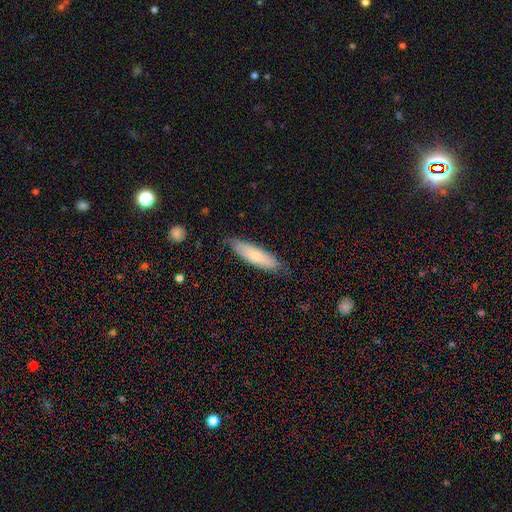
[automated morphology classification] smooth-or-featured: smooth: 67% | featured or disk: 27% | star or artifact: 6%
  how-rounded: cigar-shaped: 61% | in between: 37% | round: 2%
  merging: none: 78% | minor disturbance: 18% | major disturbance: 3% | merger: 1%